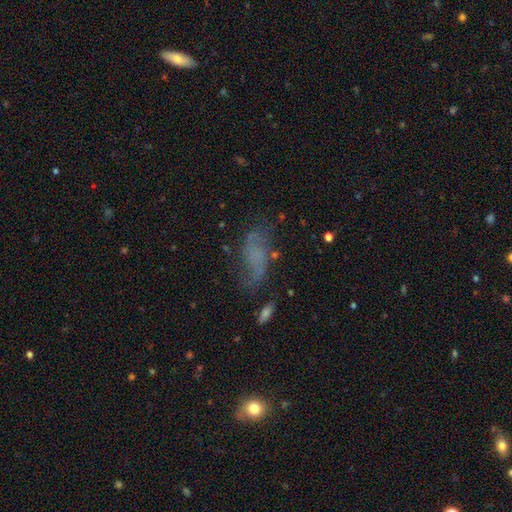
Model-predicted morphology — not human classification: Smooth or featured? featured or disk (48%)
Merging? none (51%)